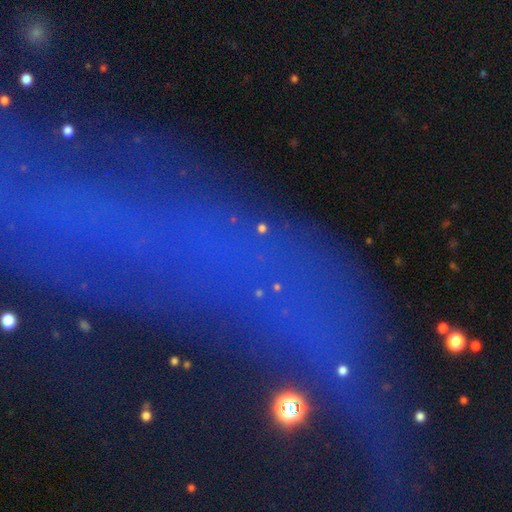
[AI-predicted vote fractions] Overall: star or artifact (59%; featured or disk 22%).